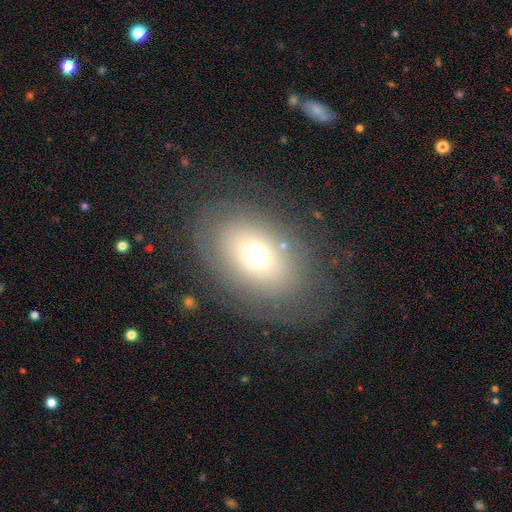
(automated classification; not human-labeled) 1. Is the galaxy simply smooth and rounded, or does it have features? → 55% smooth, 31% featured or disk, 14% star or artifact.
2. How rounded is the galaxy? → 75% in between, 24% round, 1% cigar-shaped.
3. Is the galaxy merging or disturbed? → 70% none, 16% minor disturbance, 12% major disturbance, 2% merger.